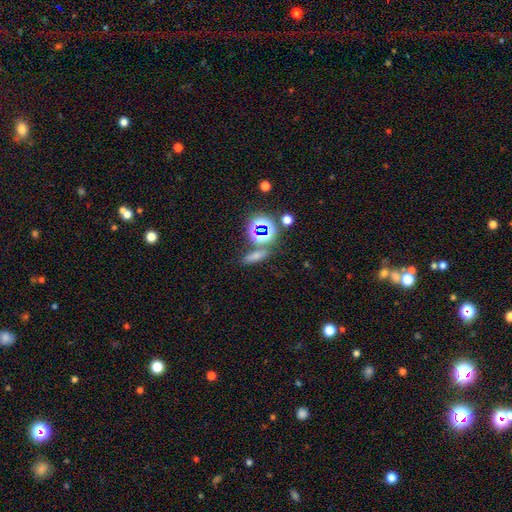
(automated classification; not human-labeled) Morphology: type=smooth (57%); roundness=cigar-shaped (49%); merging=none (71%).